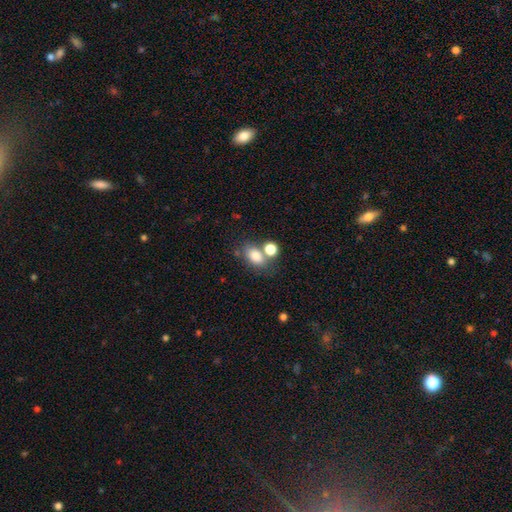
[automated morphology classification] The model was most divided on "merging": none: 54%, merger: 29%, minor disturbance: 12%, major disturbance: 6%. More confident: smooth or featured — smooth (80%); how rounded — in between (74%).